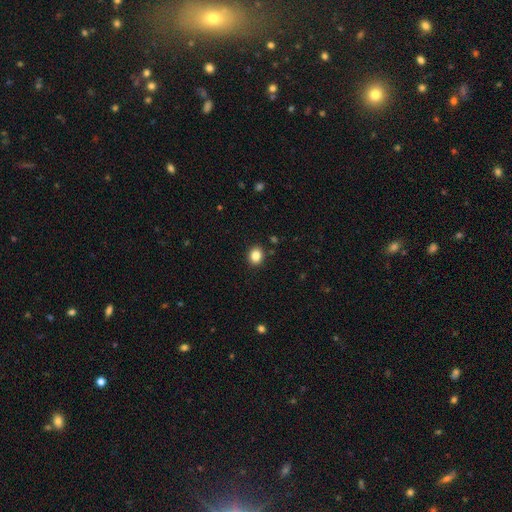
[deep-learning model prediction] Smooth or featured: smooth — 85% (star or artifact — 10%)
How rounded: round — 66% (in between — 33%)
Merging: none — 90% (minor disturbance — 6%)